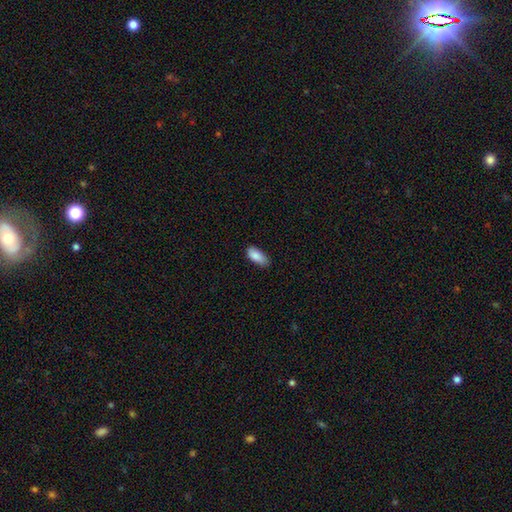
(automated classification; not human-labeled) Smooth or featured? smooth (87%)
How rounded? in between (86%)
Merging? none (73%)